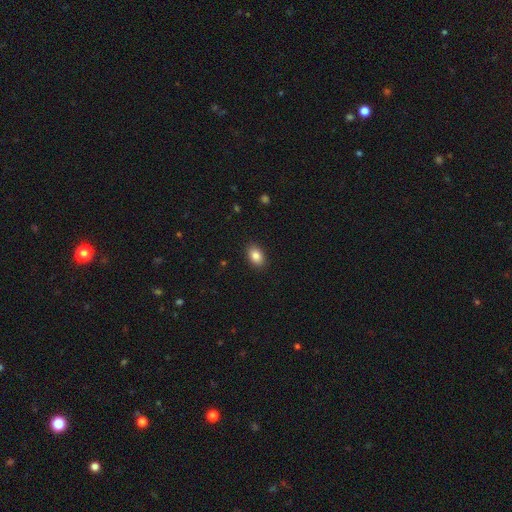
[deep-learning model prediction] A smooth galaxy with no disk features (86%) that is in between round and cigar-shaped (85%).

Vote fractions:
- Smooth or featured? smooth: 86% / star or artifact: 8% / featured or disk: 6%
- How rounded? in between: 85% / round: 14% / cigar-shaped: 1%
- Merging? none: 89% / minor disturbance: 8% / major disturbance: 2% / merger: 1%